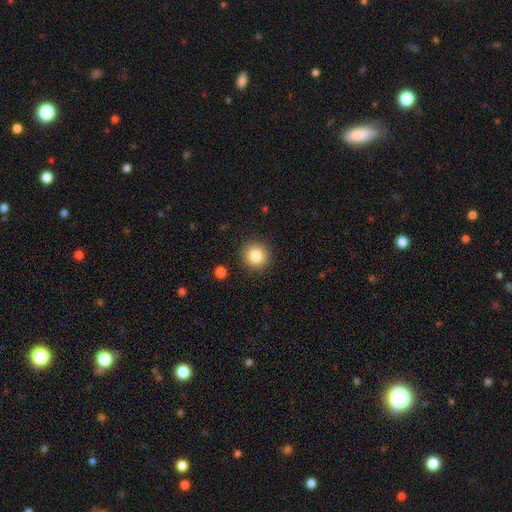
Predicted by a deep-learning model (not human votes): A smooth galaxy with no disk features (85%) that is round (91%).

Vote fractions:
- Smooth or featured? smooth: 85% / star or artifact: 10% / featured or disk: 6%
- How rounded? round: 91% / in between: 8% / cigar-shaped: 1%
- Merging? none: 89% / minor disturbance: 7% / major disturbance: 2% / merger: 2%